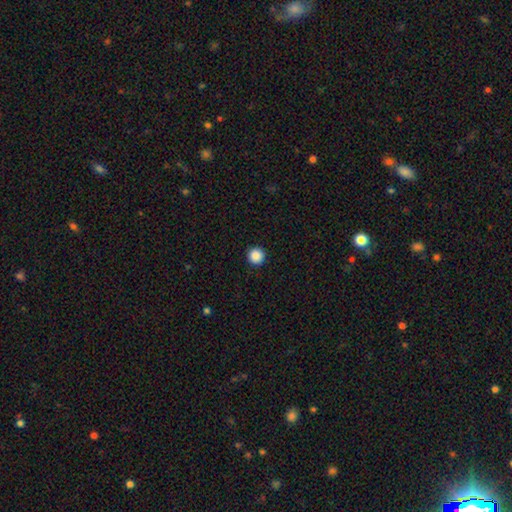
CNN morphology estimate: This appears to be a smooth galaxy with no disk features (88%) that is round (96%). Merging: none (93%).